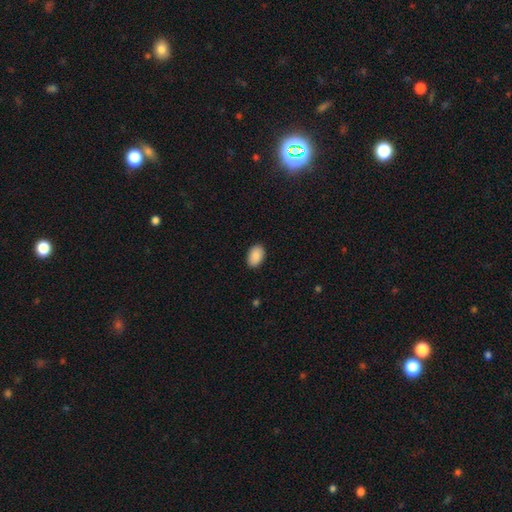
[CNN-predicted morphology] Smooth or featured? smooth (90%)
How rounded? in between (89%)
Merging? none (89%)